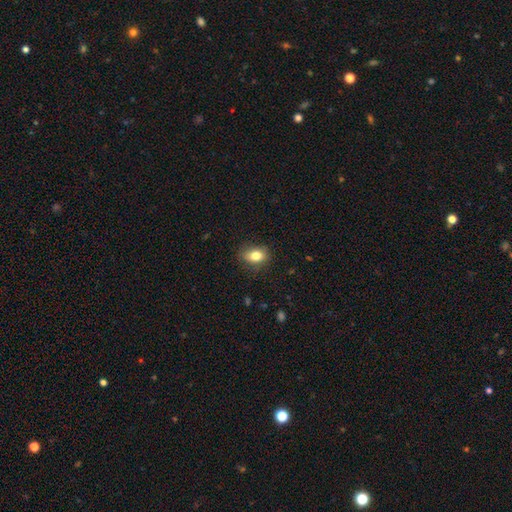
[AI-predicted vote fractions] This is clearly a smooth galaxy (81%). How rounded: likely in between (75%). Merging: clearly none (82%).